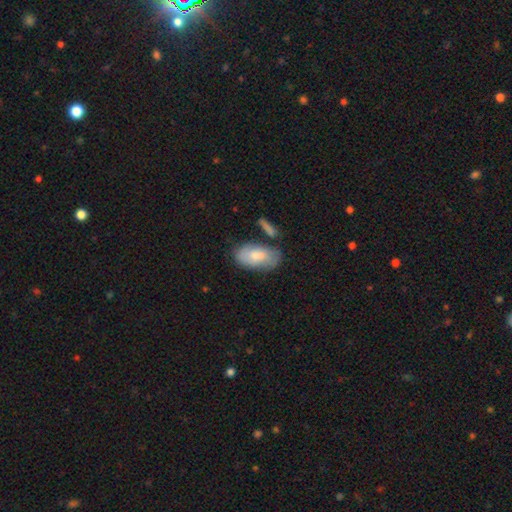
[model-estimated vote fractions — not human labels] Smooth or featured? smooth (71%)
How rounded? in between (93%)
Merging? none (57%)